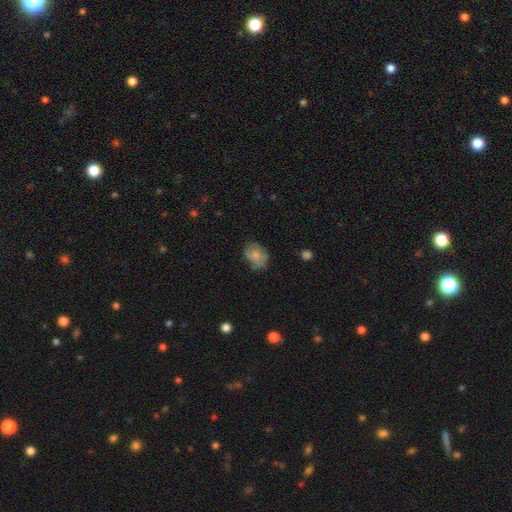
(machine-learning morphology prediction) smooth_or_featured: smooth (p=0.55) [alt: featured or disk p=0.36]
how_rounded: in between (p=0.53) [alt: round p=0.46]
merging: none (p=0.50) [alt: minor disturbance p=0.31]